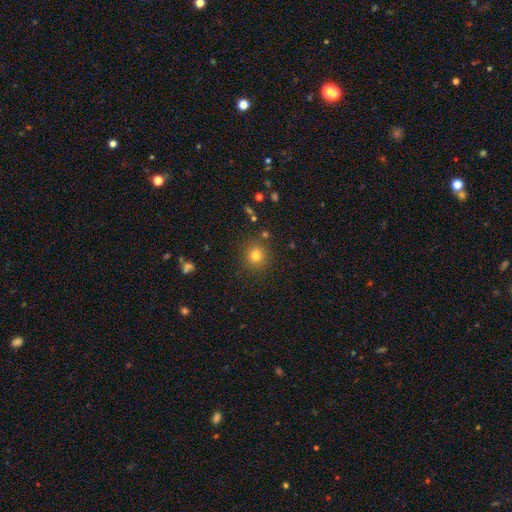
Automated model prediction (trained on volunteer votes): Overall: smooth (77%). How rounded: round (89%). Merging: none (86%).